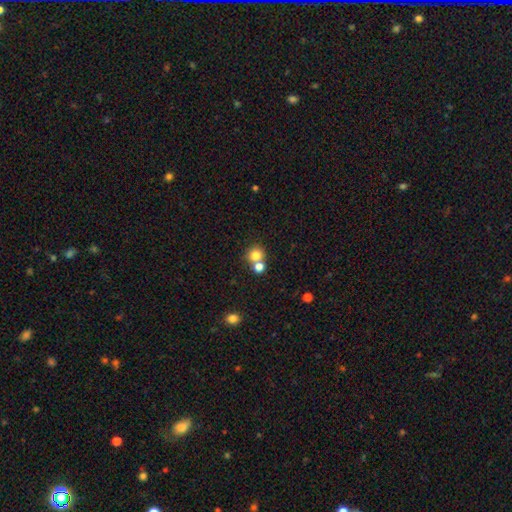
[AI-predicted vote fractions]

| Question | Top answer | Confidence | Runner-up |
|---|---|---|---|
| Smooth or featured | smooth | 78% | star or artifact (13%) |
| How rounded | round | 86% | in between (13%) |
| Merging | none | 54% | merger (36%) |